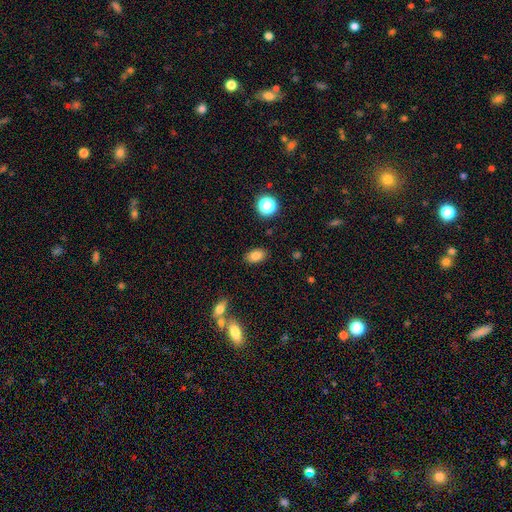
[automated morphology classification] This appears to be a smooth galaxy with no disk features (84%) that is in between round and cigar-shaped (88%). Merging: none (87%).